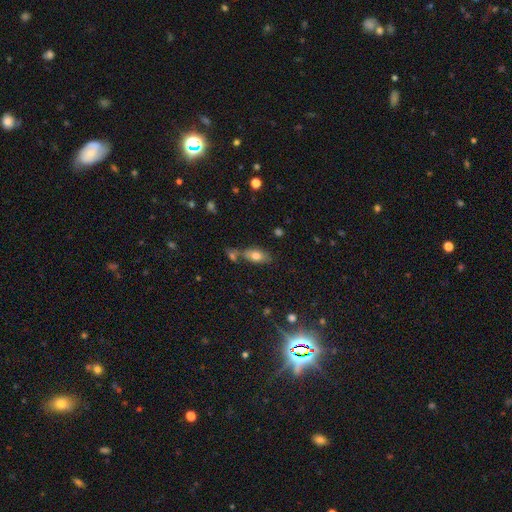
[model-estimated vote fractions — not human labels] Smooth or featured? Predicted: smooth (p=0.75). How rounded? Predicted: in between (p=0.86). Merging? Predicted: none (p=0.60).